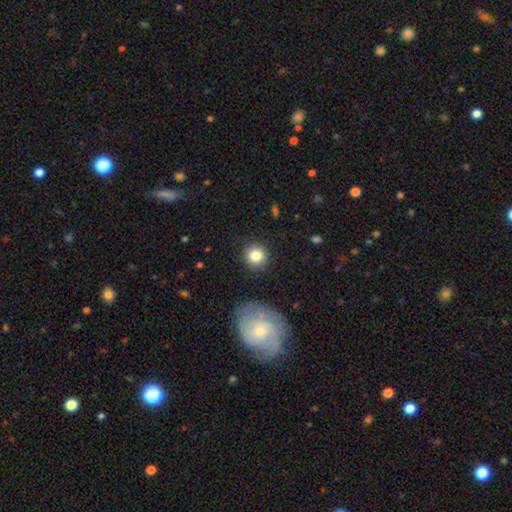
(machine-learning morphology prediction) Smooth or featured? smooth (83%)
How rounded? round (93%)
Merging? none (90%)